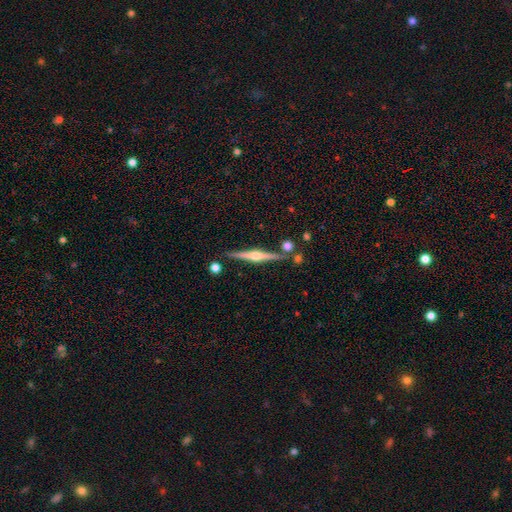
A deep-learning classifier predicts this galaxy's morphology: featured or disk 83%, smooth 11%, star or artifact 6%. Down the decision tree: edge-on disk — yes (98%); edge-on bulge — rounded (93%); merging — none (86%).